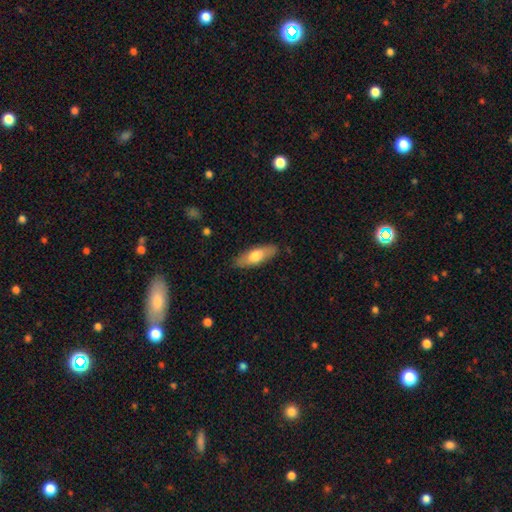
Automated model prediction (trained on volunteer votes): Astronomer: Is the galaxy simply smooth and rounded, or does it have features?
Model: smooth — 68%.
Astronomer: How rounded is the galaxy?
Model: in between — 59% (runner-up: cigar-shaped, 39%).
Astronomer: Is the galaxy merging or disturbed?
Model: none — 86%.